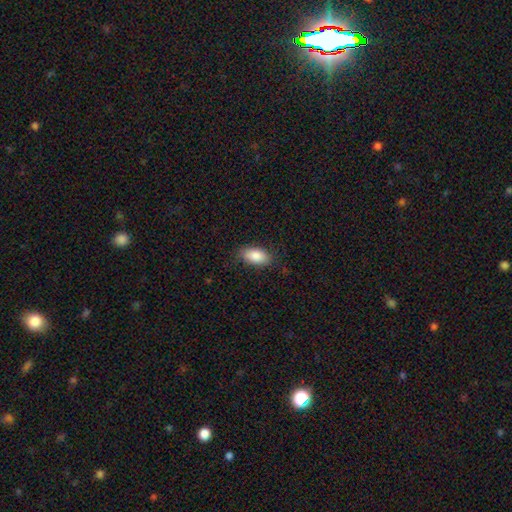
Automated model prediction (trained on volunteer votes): smooth-or-featured: smooth: 87% | star or artifact: 7% | featured or disk: 7%
  how-rounded: in between: 92% | round: 4% | cigar-shaped: 4%
  merging: none: 83% | minor disturbance: 13% | major disturbance: 3% | merger: 1%